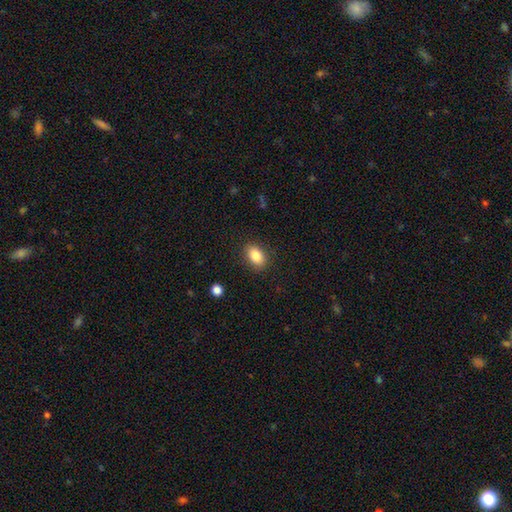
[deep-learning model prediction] Q: Smooth or featured?
A: smooth (86%); runner-up: star or artifact (8%)
Q: How rounded?
A: in between (84%); runner-up: round (15%)
Q: Merging?
A: none (87%); runner-up: minor disturbance (9%)